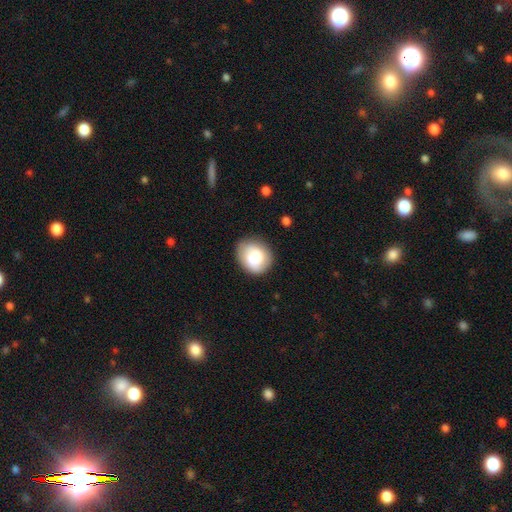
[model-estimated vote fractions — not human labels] Smooth or featured: smooth — 77% (featured or disk — 16%)
How rounded: round — 66% (in between — 34%)
Merging: none — 79% (minor disturbance — 15%)